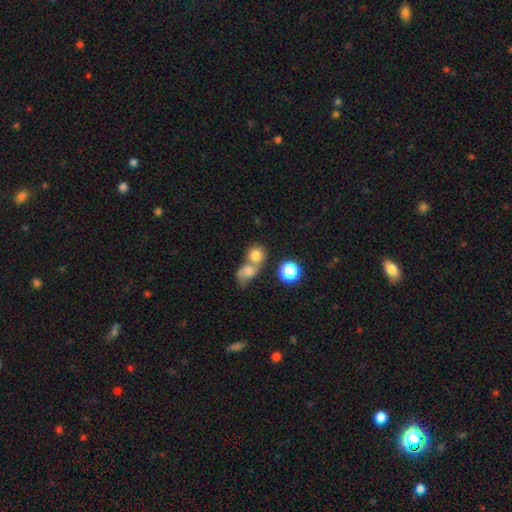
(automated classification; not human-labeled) Morphology: type=smooth (77%); roundness=round (75%); merging=merger (56%).